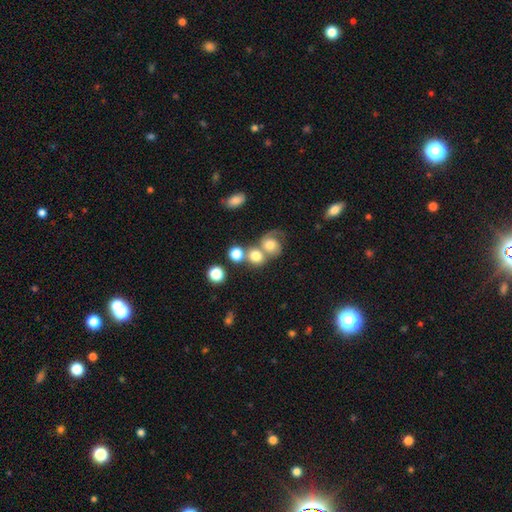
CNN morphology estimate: Smooth or featured? smooth (68%)
How rounded? round (74%)
Merging? merger (51%)